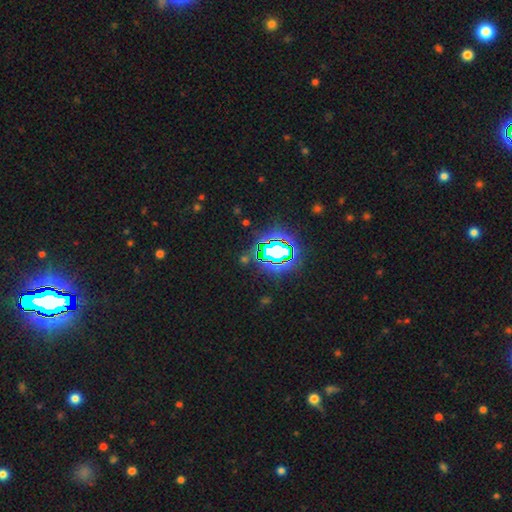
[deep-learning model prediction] The model was most divided on "smooth or featured": star or artifact: 83%, smooth: 11%, featured or disk: 7%.